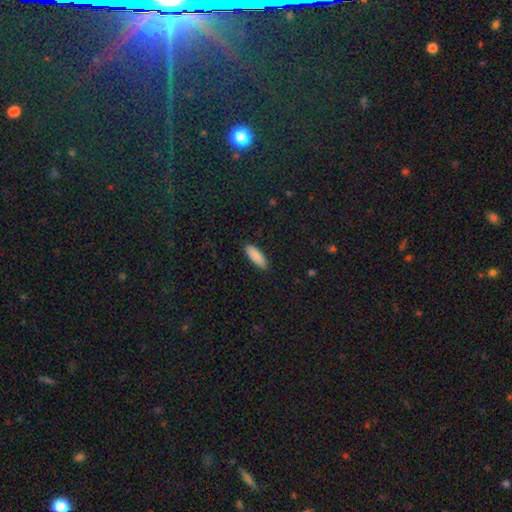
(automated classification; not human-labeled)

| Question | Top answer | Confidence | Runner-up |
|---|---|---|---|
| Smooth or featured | smooth | 88% | featured or disk (7%) |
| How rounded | in between | 57% | cigar-shaped (41%) |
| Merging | none | 90% | minor disturbance (7%) |